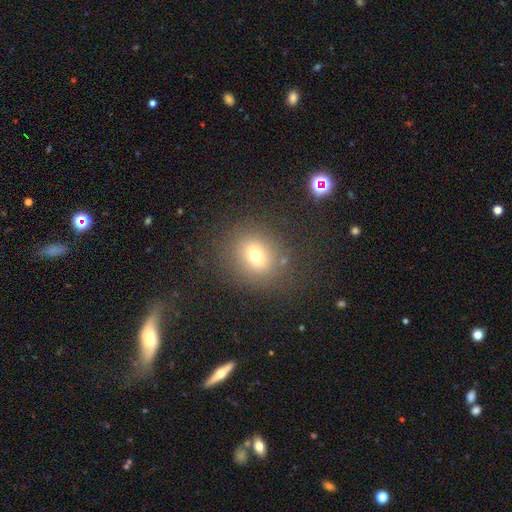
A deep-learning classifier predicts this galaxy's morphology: Smooth or featured: smooth — 70% (star or artifact — 18%)
How rounded: round — 75% (in between — 24%)
Merging: none — 82% (minor disturbance — 10%)